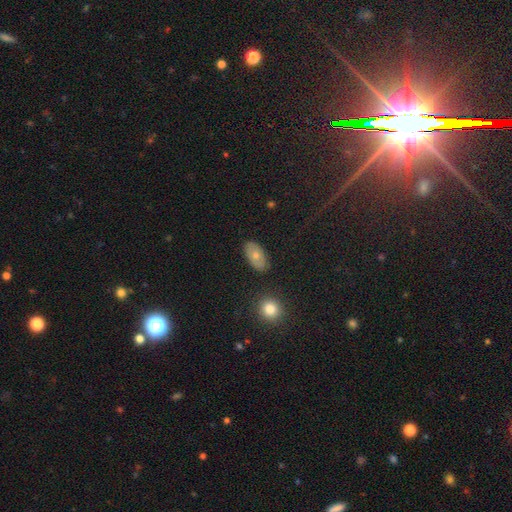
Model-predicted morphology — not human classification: A smooth galaxy with no disk features (67%) that is in between round and cigar-shaped (92%).

Vote fractions:
- Smooth or featured? smooth: 67% / featured or disk: 25% / star or artifact: 8%
- How rounded? in between: 92% / round: 6% / cigar-shaped: 2%
- Merging? none: 83% / minor disturbance: 12% / major disturbance: 3% / merger: 2%